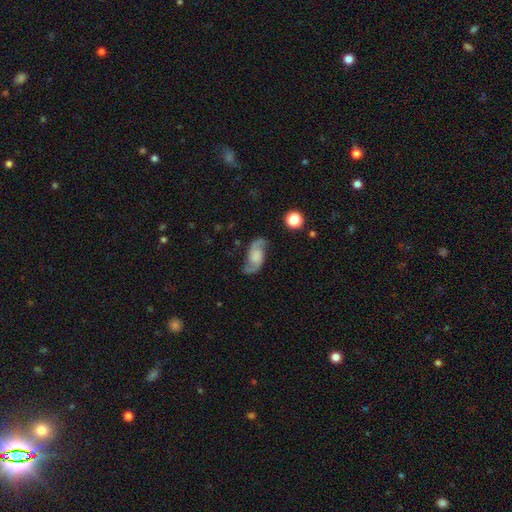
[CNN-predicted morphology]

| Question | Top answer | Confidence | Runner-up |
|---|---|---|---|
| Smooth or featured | featured or disk | 82% | smooth (12%) |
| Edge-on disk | no | 96% | yes (4%) |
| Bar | no | 62% | weak (30%) |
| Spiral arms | yes | 96% | no (4%) |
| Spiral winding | loose | 53% | medium (37%) |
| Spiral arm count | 2 | 94% | can't tell (2%) |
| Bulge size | none | 42% | large (23%) |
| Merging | none | 77% | minor disturbance (15%) |